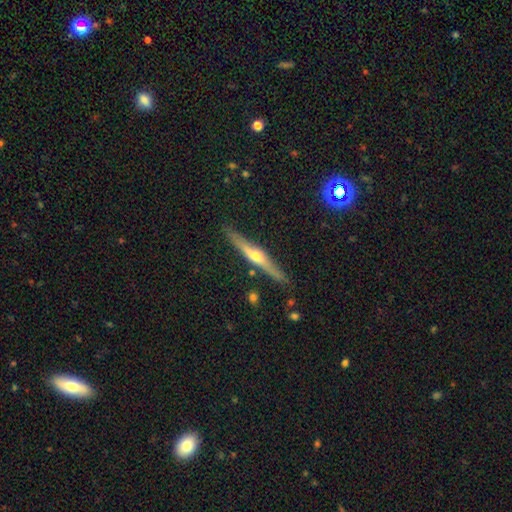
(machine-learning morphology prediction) Smooth or featured?
  - featured or disk: 72% *
  - smooth: 22%
  - star or artifact: 6%
Edge-on disk?
  - yes: 97% *
  - no: 3%
Edge-on bulge?
  - rounded: 88% *
  - none: 7%
  - boxy: 5%
Merging?
  - none: 87% *
  - minor disturbance: 9%
  - merger: 2%
  - major disturbance: 2%